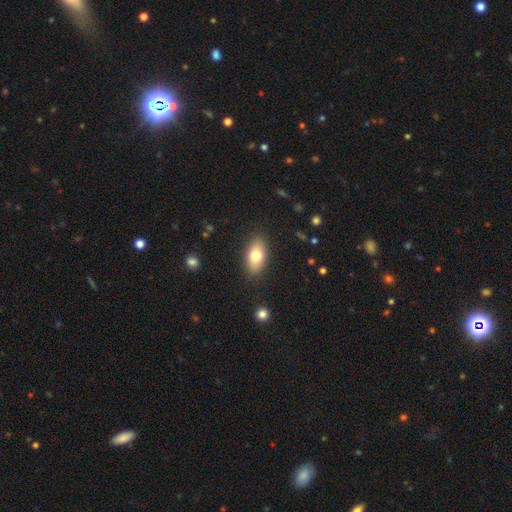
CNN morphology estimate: smooth_or_featured: smooth (p=0.75) [alt: featured or disk p=0.17]
how_rounded: in between (p=0.89) [alt: round p=0.07]
merging: none (p=0.86) [alt: minor disturbance p=0.10]